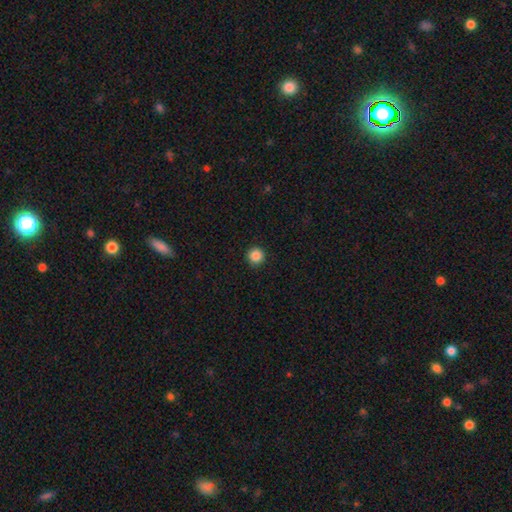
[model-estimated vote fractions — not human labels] This appears to be a smooth galaxy with no disk features (87%) that is round (96%). Merging: none (93%).